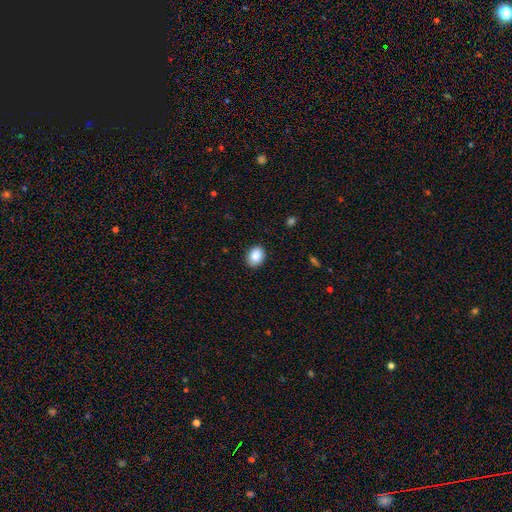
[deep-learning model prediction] Overall: smooth (88%). How rounded: in between (71%). Merging: none (86%).